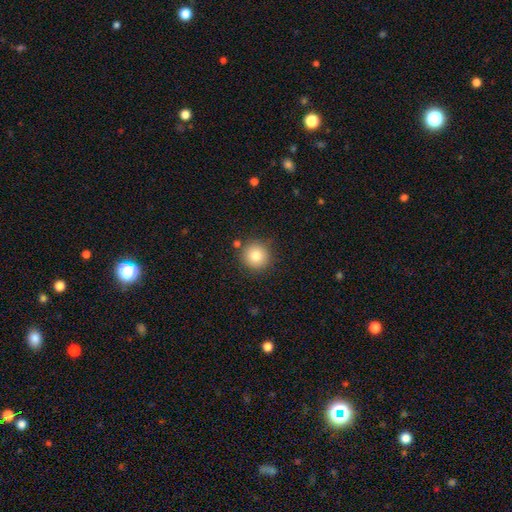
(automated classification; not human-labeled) Overall: smooth (80%). How rounded: round (94%). Merging: none (85%).